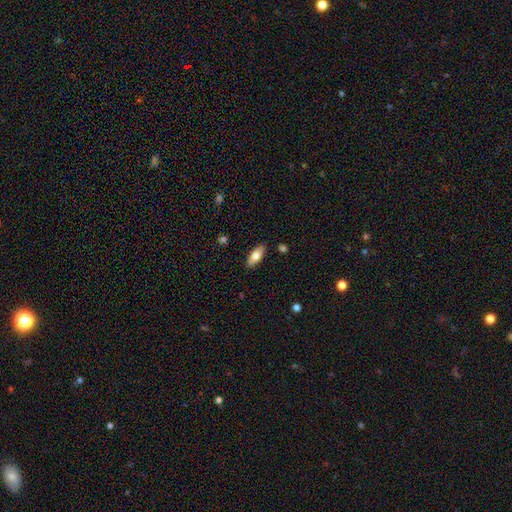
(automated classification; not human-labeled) smooth 74%, featured or disk 20%, star or artifact 6%. Down the decision tree: how rounded — in between (78%); merging — none (87%).